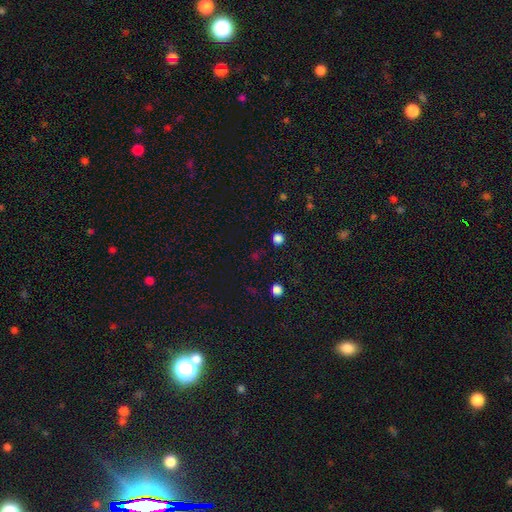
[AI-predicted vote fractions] This appears to be a smooth galaxy with no disk features (57%) that is round (89%). Merging: none (86%).